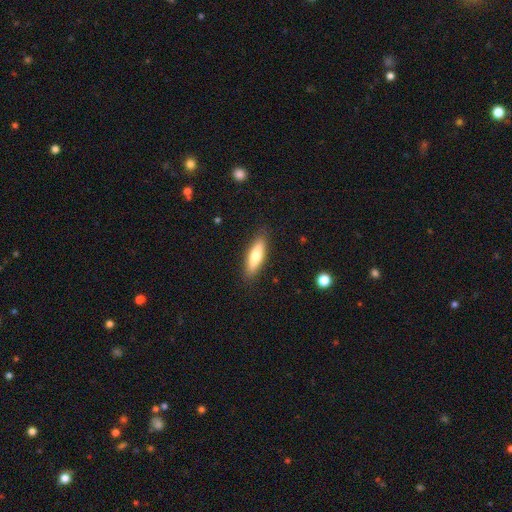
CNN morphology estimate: Overall: smooth (73%). How rounded: cigar-shaped (58%; in between 40%). Merging: none (87%).